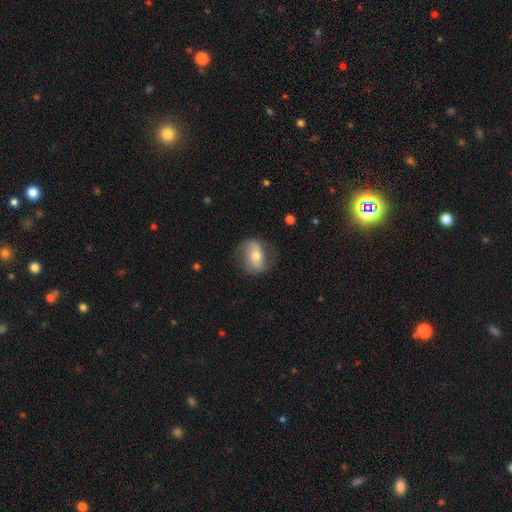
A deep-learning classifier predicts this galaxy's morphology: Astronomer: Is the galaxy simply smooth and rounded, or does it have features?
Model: featured or disk — 58% (runner-up: smooth, 35%).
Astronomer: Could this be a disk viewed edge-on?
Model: no — 93%.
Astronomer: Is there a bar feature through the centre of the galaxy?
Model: no — 35% (runner-up: weak, 34%).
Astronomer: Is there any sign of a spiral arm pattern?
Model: yes — 79%.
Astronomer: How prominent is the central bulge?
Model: moderate — 65%.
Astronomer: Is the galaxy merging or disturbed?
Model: none — 72%.